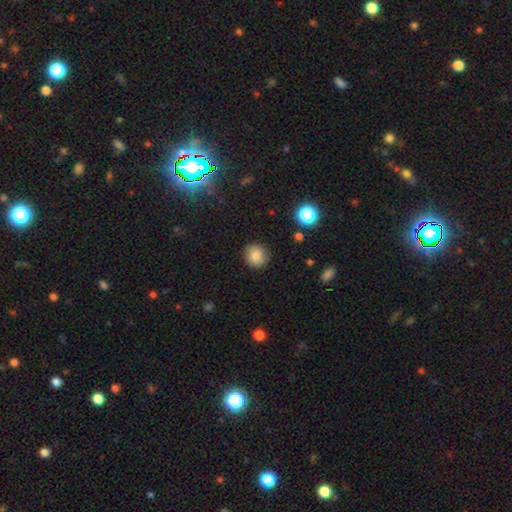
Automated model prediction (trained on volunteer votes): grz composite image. It shows a smooth galaxy with no disk features (83%) that is round (89%). Merging: none (87%).